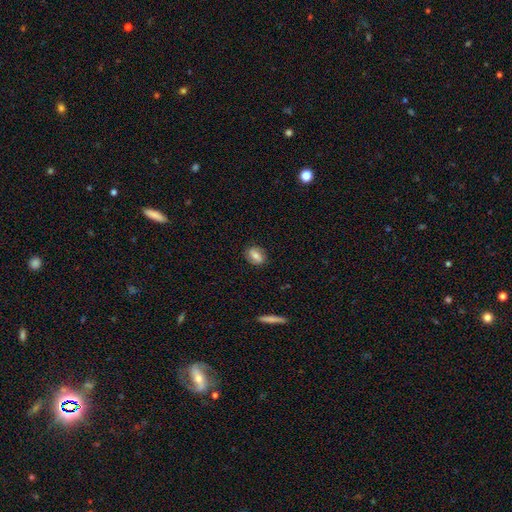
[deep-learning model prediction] smooth_or_featured: smooth (p=0.59) [alt: featured or disk p=0.32]
how_rounded: in between (p=0.62) [alt: round p=0.35]
merging: none (p=0.84) [alt: minor disturbance p=0.12]